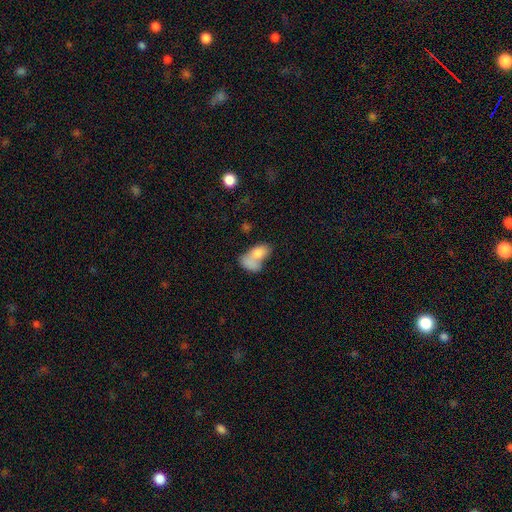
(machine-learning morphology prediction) Smooth or featured?
  - smooth: 77% *
  - featured or disk: 16%
  - star or artifact: 8%
How rounded?
  - in between: 85% *
  - round: 12%
  - cigar-shaped: 3%
Merging?
  - merger: 64% *
  - none: 19%
  - minor disturbance: 9%
  - major disturbance: 8%